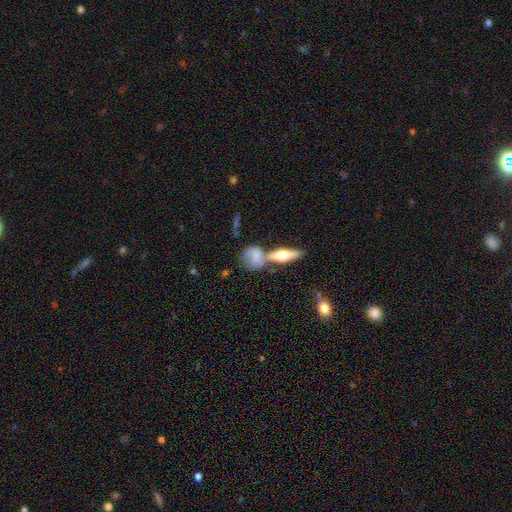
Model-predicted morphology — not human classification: smooth 57%, featured or disk 34%, star or artifact 8%. Down the decision tree: how rounded — in between (45%); merging — none (44%).